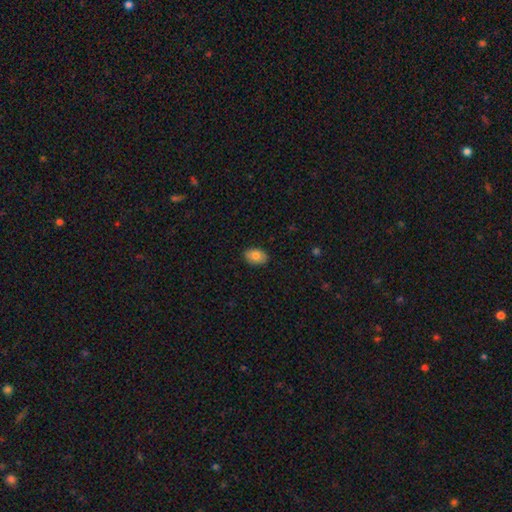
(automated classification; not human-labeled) Smooth or featured: smooth — 82% (featured or disk — 11%)
How rounded: in between — 85% (round — 14%)
Merging: none — 88% (minor disturbance — 9%)